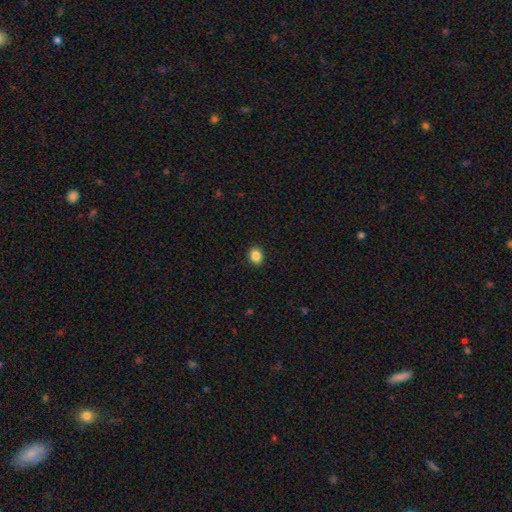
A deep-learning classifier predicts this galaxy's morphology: smooth_or_featured: smooth (p=0.87) [alt: star or artifact p=0.10]
how_rounded: round (p=0.55) [alt: in between p=0.44]
merging: none (p=0.91) [alt: minor disturbance p=0.06]